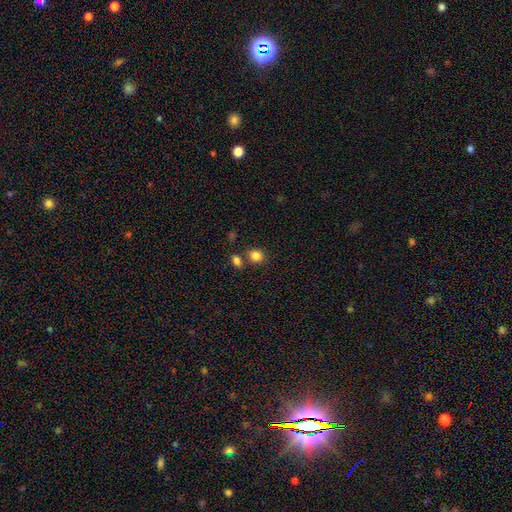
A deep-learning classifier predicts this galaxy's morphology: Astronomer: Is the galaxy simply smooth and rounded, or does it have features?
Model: smooth — 84%.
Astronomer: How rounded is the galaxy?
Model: round — 72%.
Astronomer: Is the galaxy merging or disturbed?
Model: none — 67%.